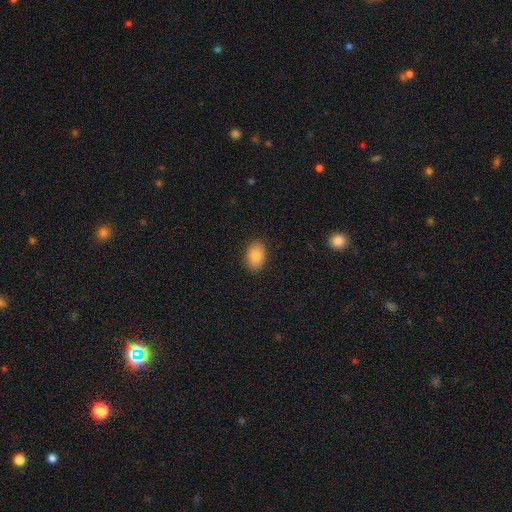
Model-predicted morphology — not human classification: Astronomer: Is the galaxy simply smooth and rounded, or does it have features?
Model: smooth — 86%.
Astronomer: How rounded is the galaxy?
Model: in between — 87%.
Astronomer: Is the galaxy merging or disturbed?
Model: none — 89%.